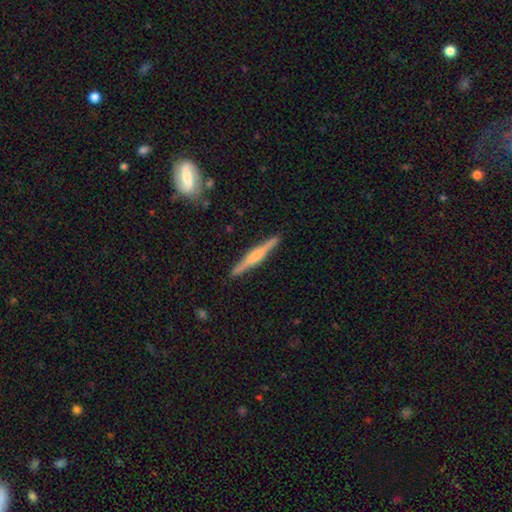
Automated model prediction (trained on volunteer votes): smooth_or_featured: featured or disk (p=0.66) [alt: smooth p=0.29]
disk_edge_on: yes (p=0.98) [alt: no p=0.02]
edge_on_bulge: rounded (p=0.60) [alt: boxy p=0.24]
merging: none (p=0.91) [alt: minor disturbance p=0.07]